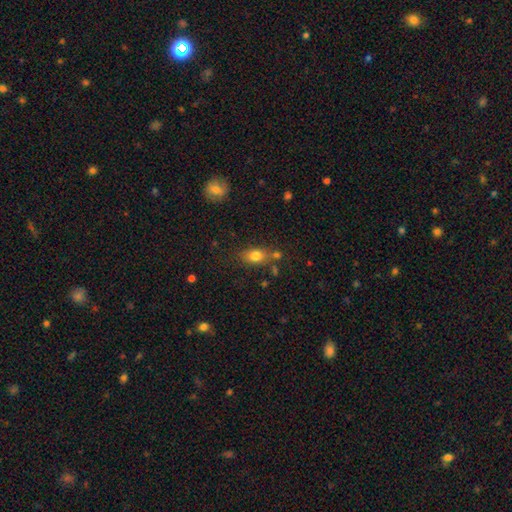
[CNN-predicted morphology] A smooth galaxy with no disk features (80%) that is in between round and cigar-shaped (73%).

Vote fractions:
- Smooth or featured? smooth: 80% / star or artifact: 11% / featured or disk: 10%
- How rounded? in between: 73% / round: 24% / cigar-shaped: 3%
- Merging? none: 67% / minor disturbance: 16% / merger: 12% / major disturbance: 5%